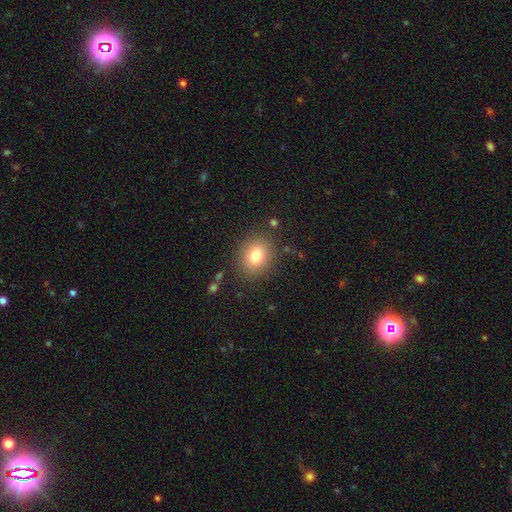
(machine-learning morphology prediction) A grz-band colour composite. It shows a smooth galaxy with no disk features (79%) that is round (67%). Merging: none (85%).